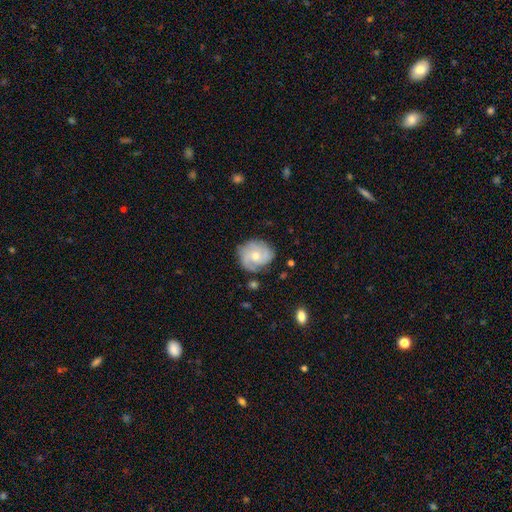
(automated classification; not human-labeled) Q: Smooth or featured?
A: featured or disk (71%); runner-up: smooth (23%)
Q: Edge-on disk?
A: no (98%); runner-up: yes (2%)
Q: Bar?
A: no (76%); runner-up: weak (21%)
Q: Spiral arms?
A: yes (92%); runner-up: no (8%)
Q: Spiral winding?
A: tight (48%); runner-up: medium (39%)
Q: Spiral arm count?
A: 3 (43%); runner-up: can't tell (20%)
Q: Bulge size?
A: moderate (56%); runner-up: small (40%)
Q: Merging?
A: none (76%); runner-up: minor disturbance (17%)